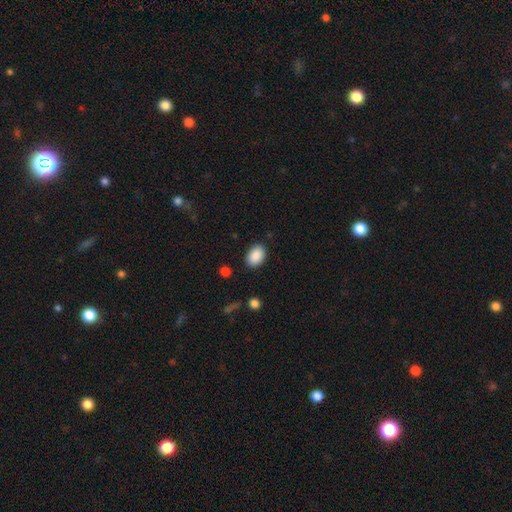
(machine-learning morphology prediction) Smooth or featured? Predicted: smooth (p=0.90). How rounded? Predicted: in between (p=0.84). Merging? Predicted: none (p=0.86).